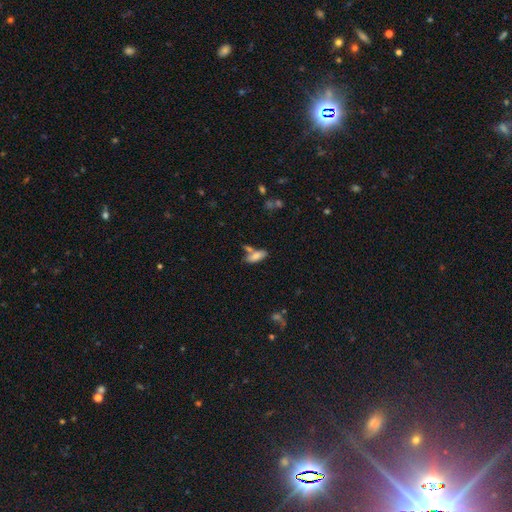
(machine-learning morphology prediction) type=smooth (78%); roundness=in between (68%); merging=none (56%).